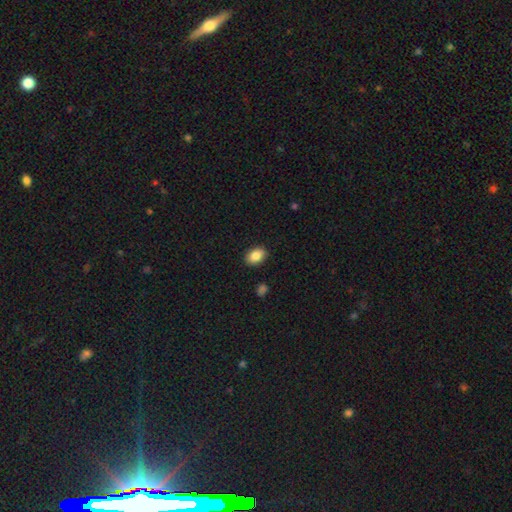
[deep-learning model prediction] The model was most divided on "how rounded": in between: 83%, round: 15%, cigar-shaped: 1%. More confident: merging — none (89%); smooth or featured — smooth (86%).